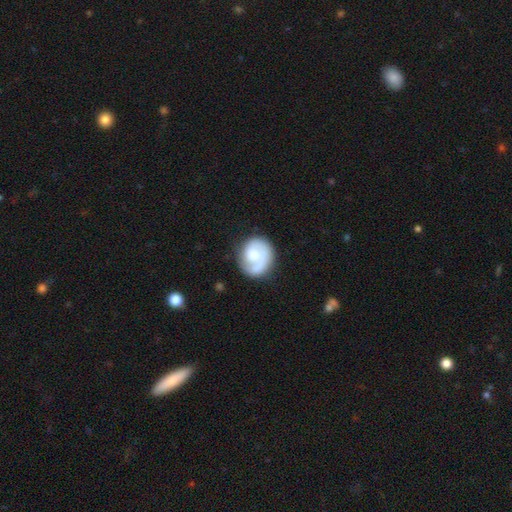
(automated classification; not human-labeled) featured or disk 52%, smooth 42%, star or artifact 6%. Down the decision tree: edge-on disk — no (98%); bar — no (71%); spiral arms — yes (75%); bulge size — moderate (47%); merging — none (63%).